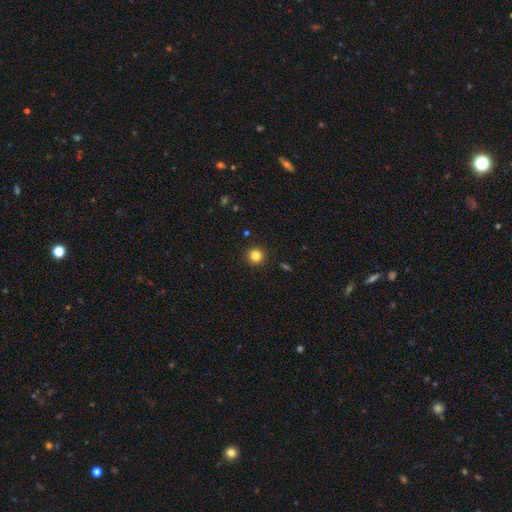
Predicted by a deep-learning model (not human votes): Smooth or featured? Predicted: smooth (p=0.83). How rounded? Predicted: round (p=0.95). Merging? Predicted: none (p=0.93).